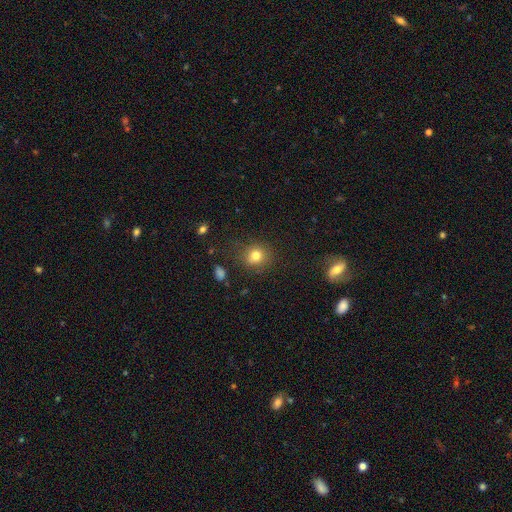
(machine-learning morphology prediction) Smooth or featured? Predicted: smooth (p=0.78). How rounded? Predicted: round (p=0.78). Merging? Predicted: none (p=0.79).